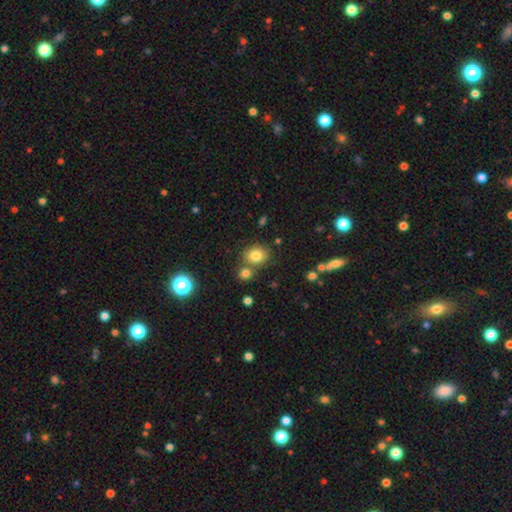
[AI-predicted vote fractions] smooth_or_featured: smooth (p=0.79) [alt: star or artifact p=0.12]
how_rounded: round (p=0.63) [alt: in between p=0.36]
merging: none (p=0.67) [alt: merger p=0.20]